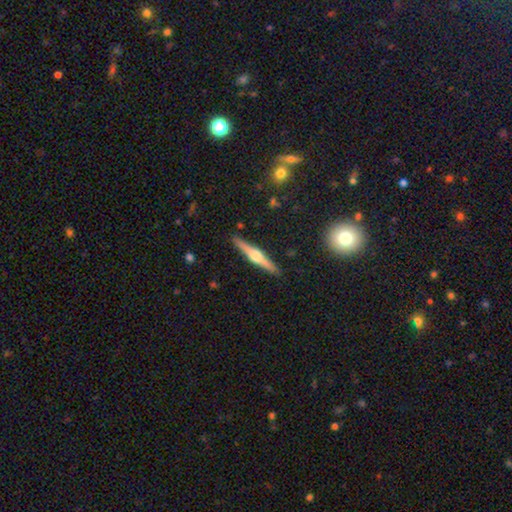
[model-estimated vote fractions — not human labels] A featured or disk galaxy (73%) viewed edge-on (98%) with a rounded central bulge (90%). Merging: none (91%).